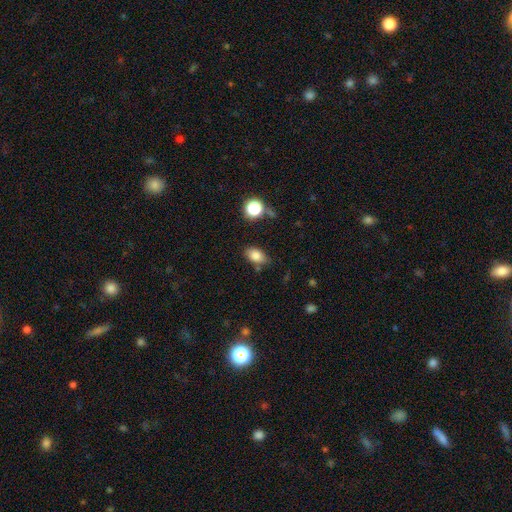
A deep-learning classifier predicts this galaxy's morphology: This is clearly a smooth galaxy (82%). How rounded: clearly in between (85%). Merging: likely none (75%).